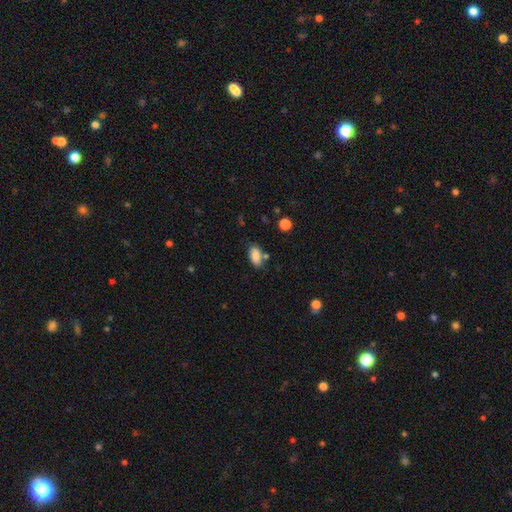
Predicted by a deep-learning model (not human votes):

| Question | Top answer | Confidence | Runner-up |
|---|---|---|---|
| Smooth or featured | smooth | 85% | star or artifact (8%) |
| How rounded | in between | 90% | cigar-shaped (6%) |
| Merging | none | 73% | minor disturbance (15%) |